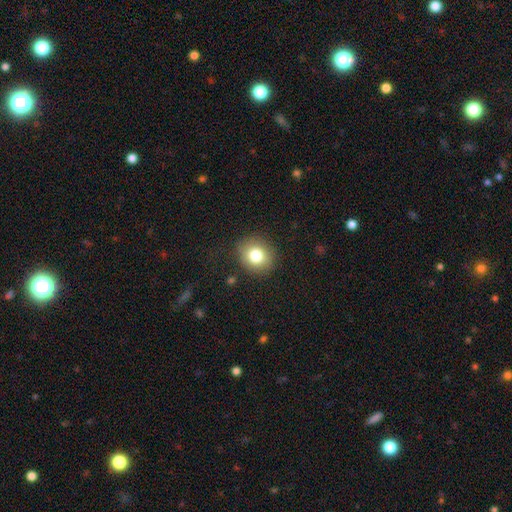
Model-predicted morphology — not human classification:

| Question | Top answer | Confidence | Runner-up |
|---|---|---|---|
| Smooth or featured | smooth | 79% | star or artifact (11%) |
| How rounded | round | 79% | in between (20%) |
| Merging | none | 86% | minor disturbance (9%) |